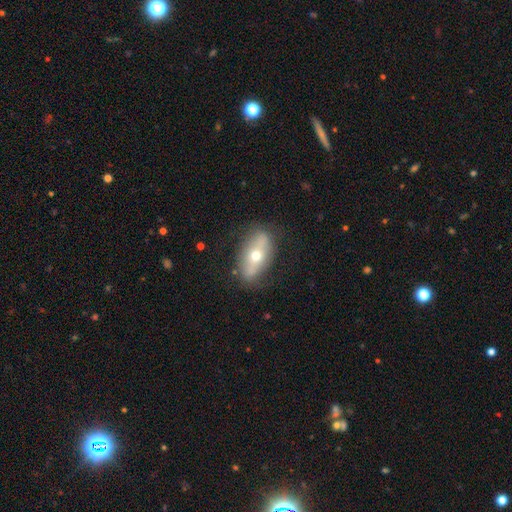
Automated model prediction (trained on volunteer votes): Smooth or featured? featured or disk (49%)
Merging? none (80%)